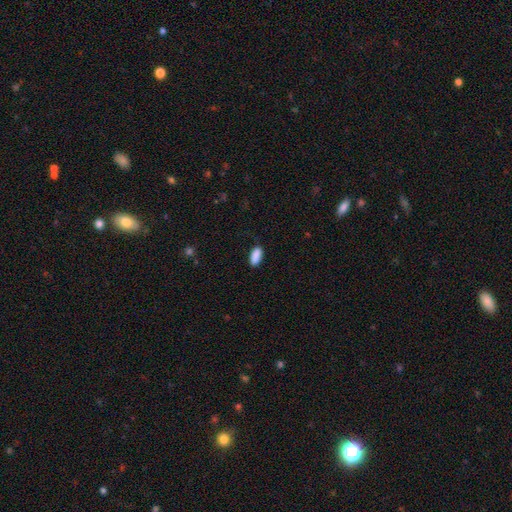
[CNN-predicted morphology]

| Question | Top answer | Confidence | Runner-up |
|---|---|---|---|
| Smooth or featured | smooth | 90% | star or artifact (7%) |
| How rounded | in between | 84% | cigar-shaped (14%) |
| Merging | none | 85% | minor disturbance (11%) |